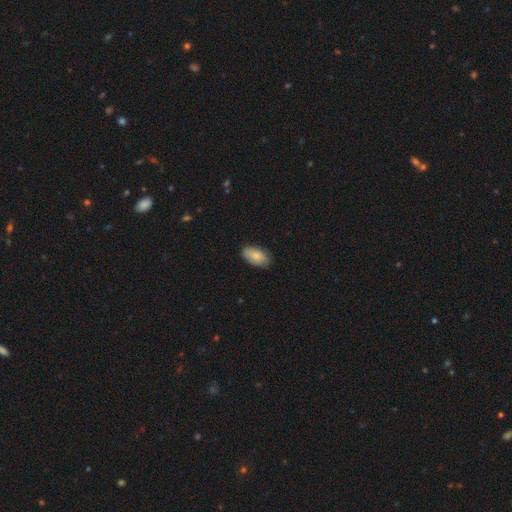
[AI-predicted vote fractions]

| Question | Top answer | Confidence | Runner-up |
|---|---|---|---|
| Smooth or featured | smooth | 81% | featured or disk (13%) |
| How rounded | in between | 94% | round (4%) |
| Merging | none | 79% | minor disturbance (17%) |